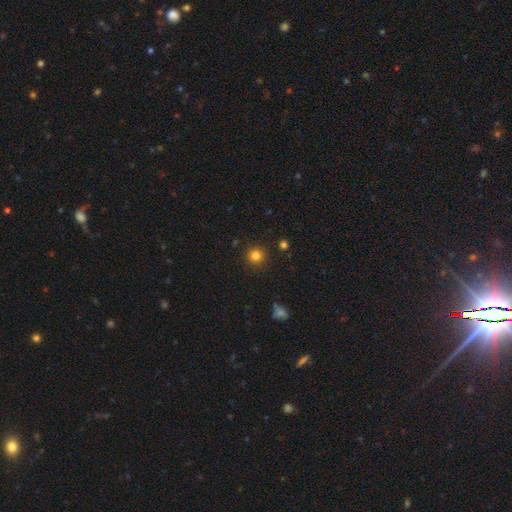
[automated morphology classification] Q: Smooth or featured?
A: smooth (81%); runner-up: star or artifact (14%)
Q: How rounded?
A: round (94%); runner-up: in between (5%)
Q: Merging?
A: none (91%); runner-up: minor disturbance (6%)